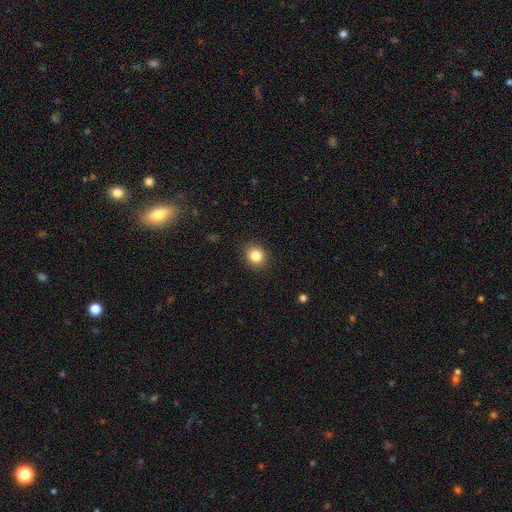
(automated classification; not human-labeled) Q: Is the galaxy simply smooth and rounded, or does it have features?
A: smooth — 85%.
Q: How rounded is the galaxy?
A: round — 76%.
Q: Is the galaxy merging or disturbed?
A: none — 89%.